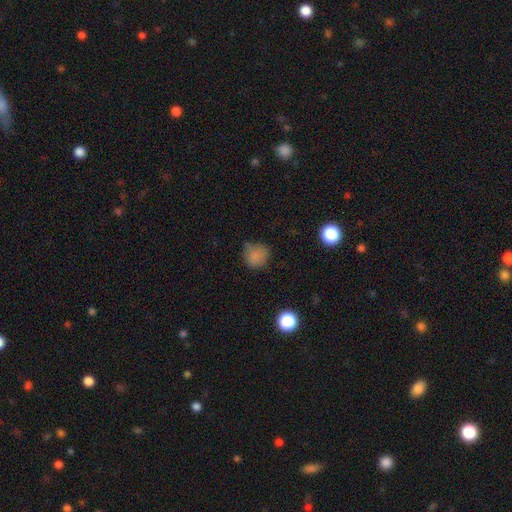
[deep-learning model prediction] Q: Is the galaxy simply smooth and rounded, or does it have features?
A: smooth — 79%.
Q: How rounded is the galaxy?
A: round — 81%.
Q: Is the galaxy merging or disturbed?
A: none — 55%.